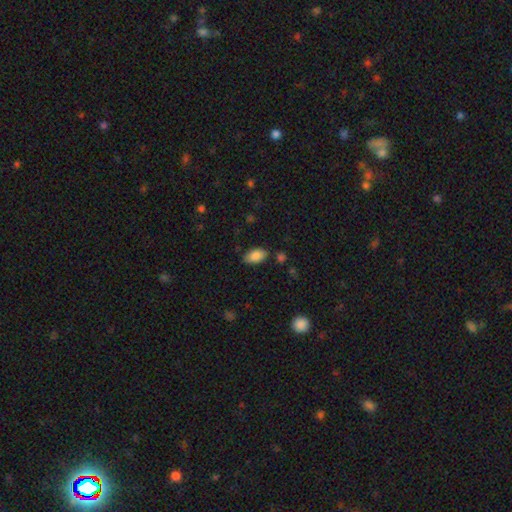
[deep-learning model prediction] Smooth or featured: smooth — 85% (star or artifact — 7%)
How rounded: in between — 93% (round — 5%)
Merging: none — 80% (minor disturbance — 14%)